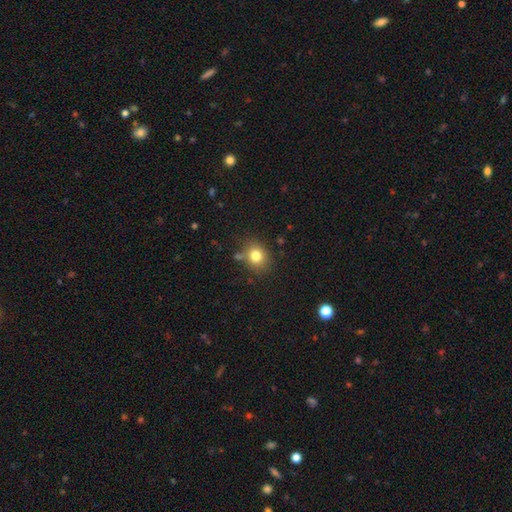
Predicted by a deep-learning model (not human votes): Overall: smooth (79%). How rounded: round (67%; in between 32%). Merging: none (76%).